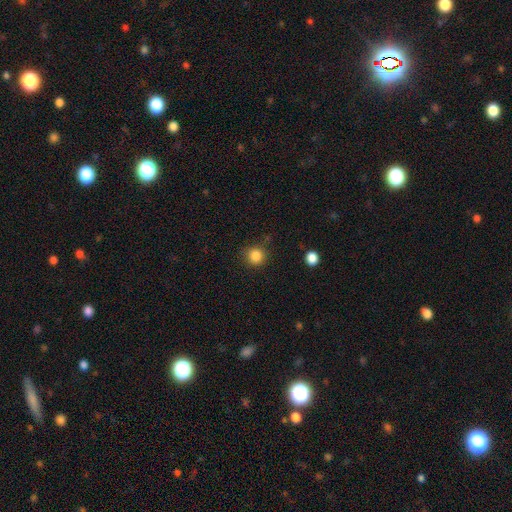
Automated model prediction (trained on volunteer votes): A smooth galaxy with no disk features (85%) that is round (91%). Merging: none (83%).